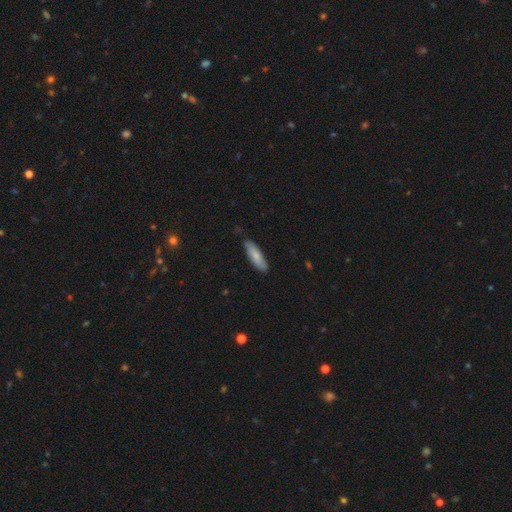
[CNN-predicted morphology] Smooth or featured: smooth — 80% (featured or disk — 14%)
How rounded: cigar-shaped — 51% (in between — 47%)
Merging: none — 80% (minor disturbance — 16%)